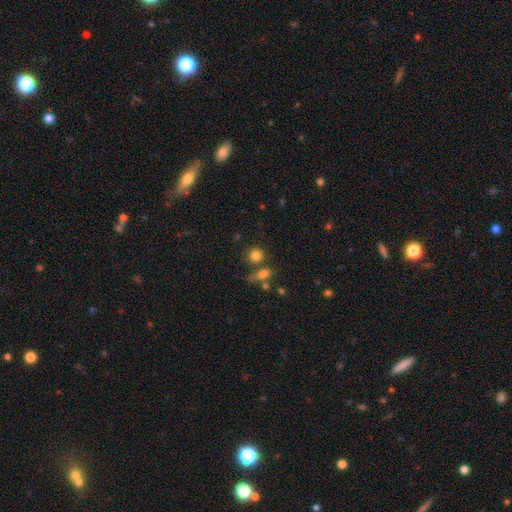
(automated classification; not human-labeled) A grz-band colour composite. It shows a smooth galaxy with no disk features (82%) that is round (81%). Merging: none (63%).